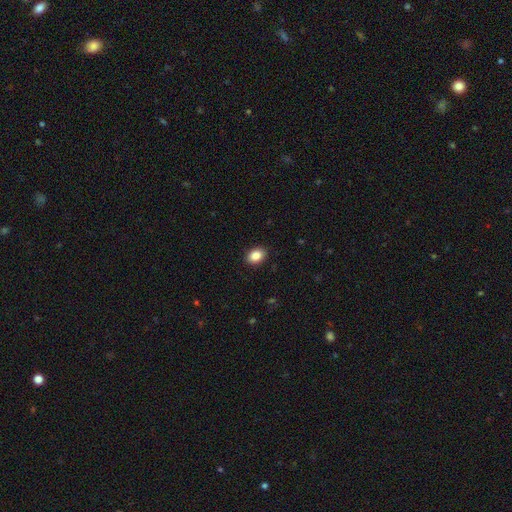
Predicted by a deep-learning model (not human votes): This appears to be a smooth galaxy with no disk features (87%) that is in between round and cigar-shaped (73%). Merging: none (90%).